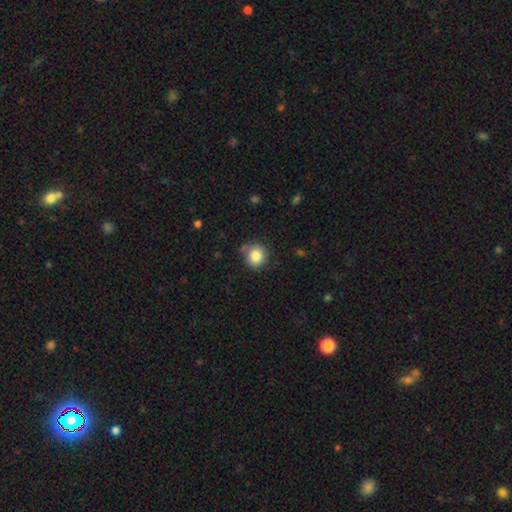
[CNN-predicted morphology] This appears to be a smooth galaxy with no disk features (84%) that is round (87%). Merging: none (78%).